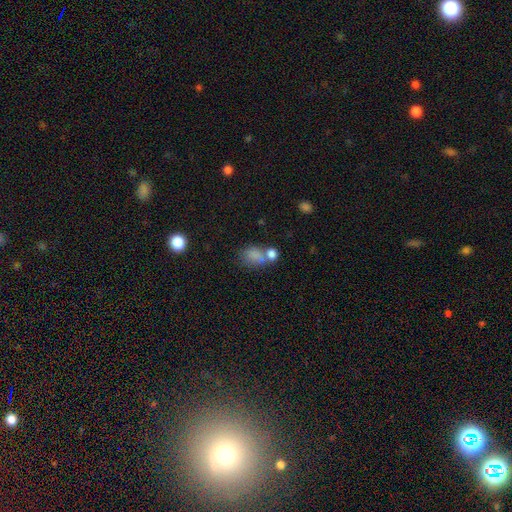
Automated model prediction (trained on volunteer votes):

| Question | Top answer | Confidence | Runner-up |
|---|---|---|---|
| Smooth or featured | smooth | 77% | star or artifact (13%) |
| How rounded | in between | 67% | round (31%) |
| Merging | merger | 40% | none (35%) |